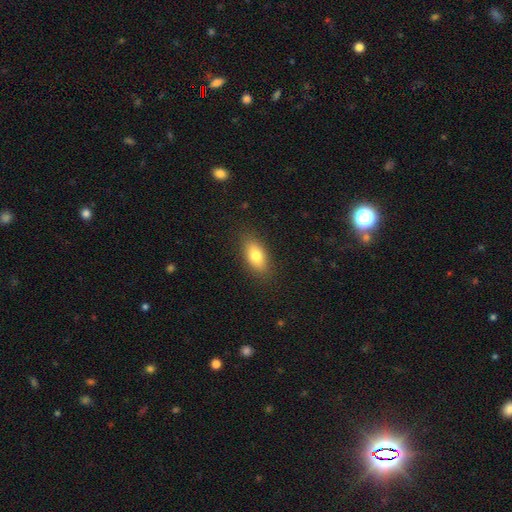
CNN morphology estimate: The model was most divided on "smooth or featured": smooth: 79%, featured or disk: 13%, star or artifact: 8%. More confident: merging — none (87%); how rounded — in between (86%).